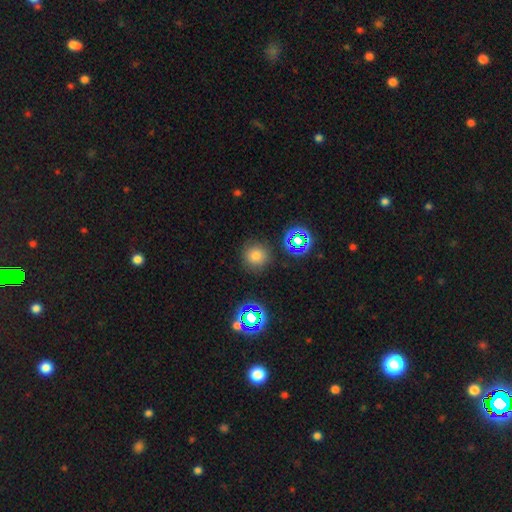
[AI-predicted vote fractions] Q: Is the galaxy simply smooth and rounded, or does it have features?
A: smooth — 70%.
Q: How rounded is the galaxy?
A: round — 94%.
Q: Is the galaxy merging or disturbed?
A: none — 85%.